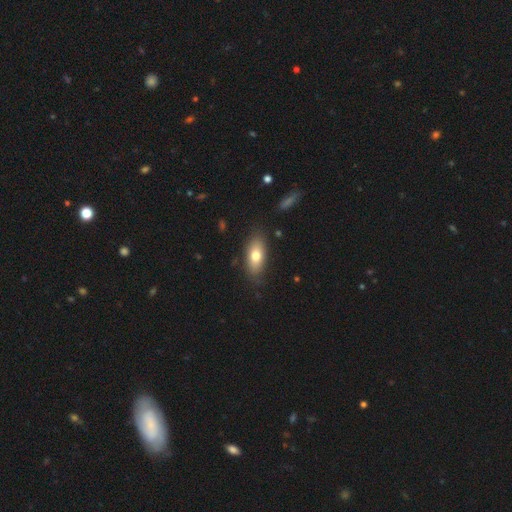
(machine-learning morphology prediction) A smooth galaxy with no disk features (74%) that is in between round and cigar-shaped (85%). Merging: none (82%).